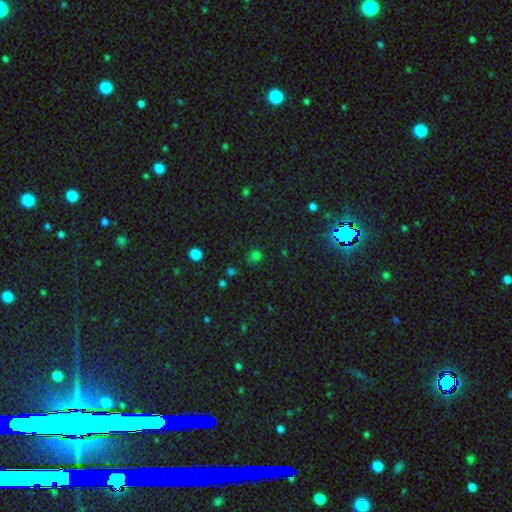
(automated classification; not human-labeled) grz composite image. It shows a smooth galaxy with no disk features (56%) that is round (76%). Merging: none (66%).